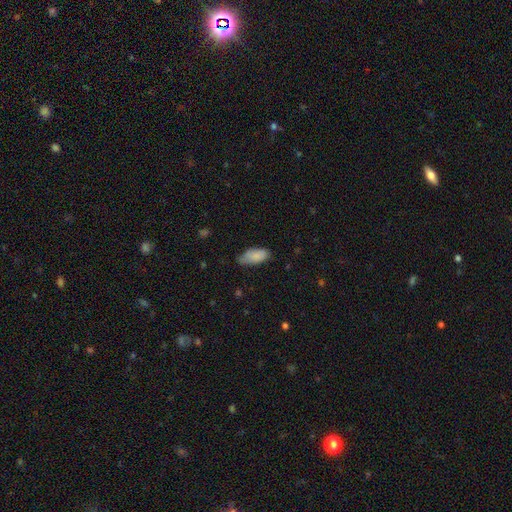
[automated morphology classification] This appears to be a smooth galaxy with no disk features (84%) that is in between round and cigar-shaped (89%). Merging: none (58%).